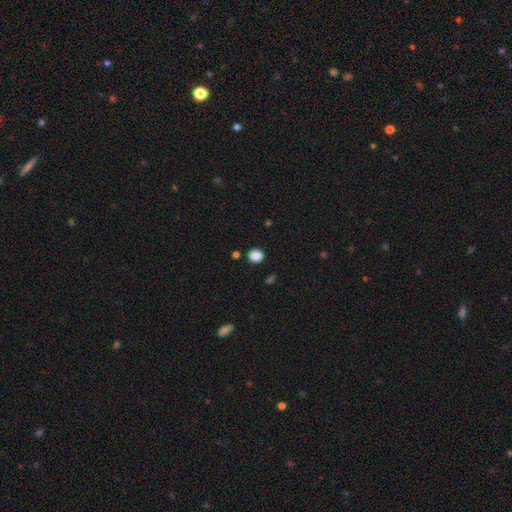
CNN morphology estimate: Smooth or featured? Predicted: smooth (p=0.87). How rounded? Predicted: round (p=0.76). Merging? Predicted: none (p=0.88).